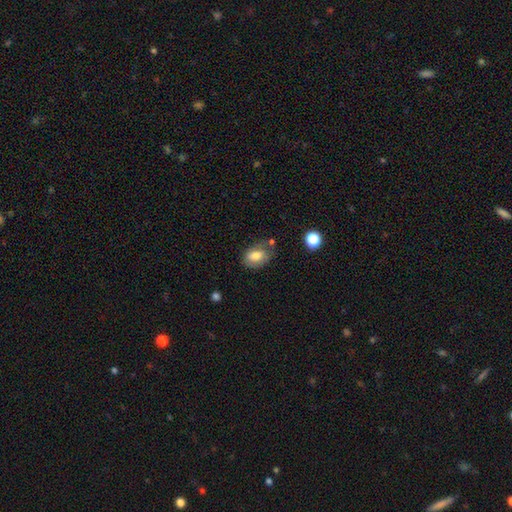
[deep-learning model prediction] smooth 72%, featured or disk 19%, star or artifact 9%. Down the decision tree: how rounded — in between (80%); merging — none (58%).